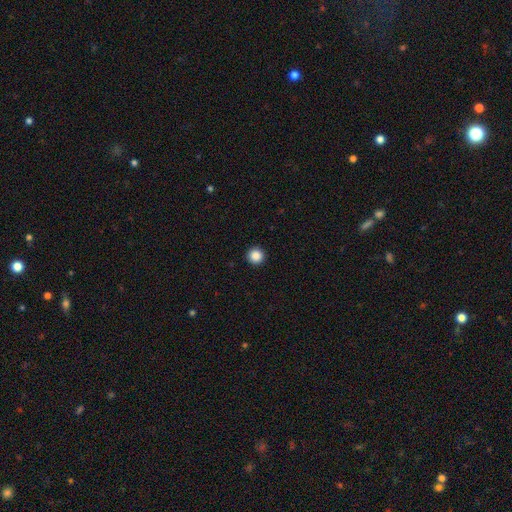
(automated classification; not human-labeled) smooth_or_featured: smooth (p=0.87) [alt: star or artifact p=0.10]
how_rounded: round (p=0.96) [alt: in between p=0.03]
merging: none (p=0.93) [alt: minor disturbance p=0.04]